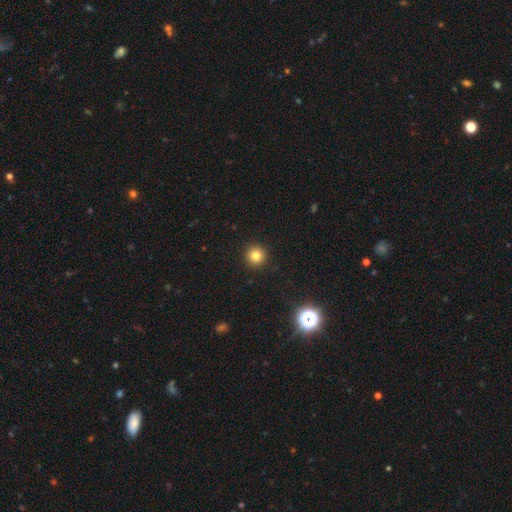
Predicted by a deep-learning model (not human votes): smooth_or_featured: smooth (p=0.81) [alt: star or artifact p=0.13]
how_rounded: round (p=0.95) [alt: in between p=0.04]
merging: none (p=0.93) [alt: minor disturbance p=0.04]